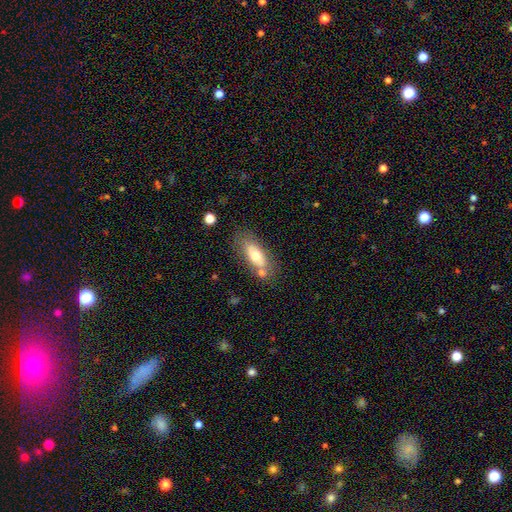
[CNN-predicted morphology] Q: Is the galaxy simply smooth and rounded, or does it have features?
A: smooth — 64%.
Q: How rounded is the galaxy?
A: in between — 78%.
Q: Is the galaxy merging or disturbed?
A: none — 66%.